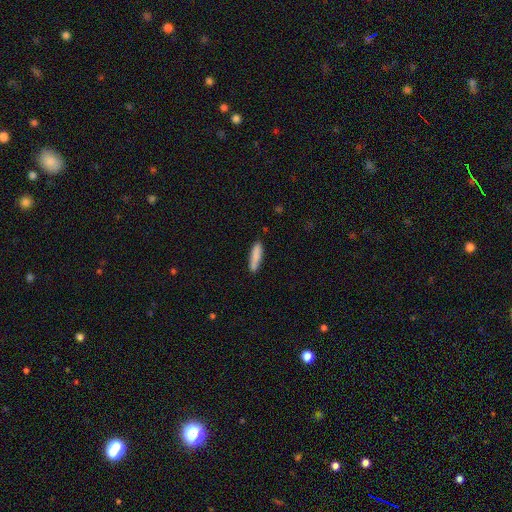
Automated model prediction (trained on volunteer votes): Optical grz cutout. It shows a smooth galaxy with no disk features (86%) that is cigar-shaped (78%). Merging: none (84%).